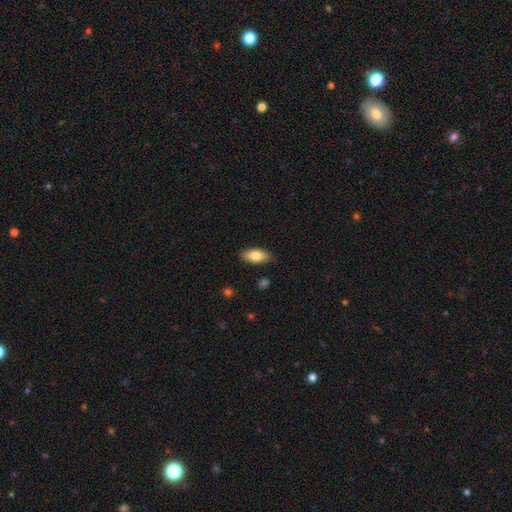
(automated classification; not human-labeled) Smooth or featured? smooth (80%)
How rounded? in between (86%)
Merging? none (85%)